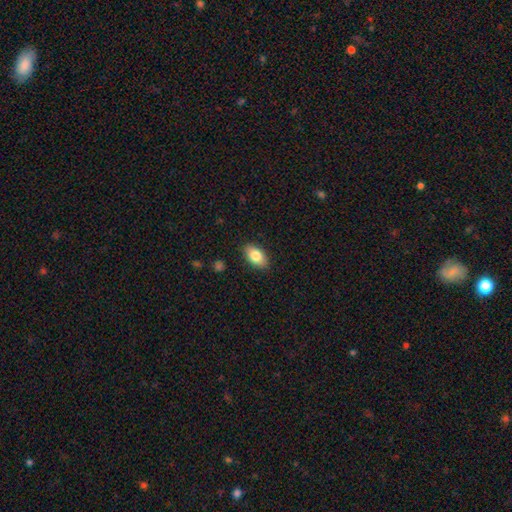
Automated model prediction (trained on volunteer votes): A smooth galaxy with no disk features (82%) that is in between round and cigar-shaped (92%).

Vote fractions:
- Smooth or featured? smooth: 82% / featured or disk: 11% / star or artifact: 7%
- How rounded? in between: 92% / round: 5% / cigar-shaped: 3%
- Merging? none: 87% / minor disturbance: 10% / major disturbance: 2% / merger: 1%